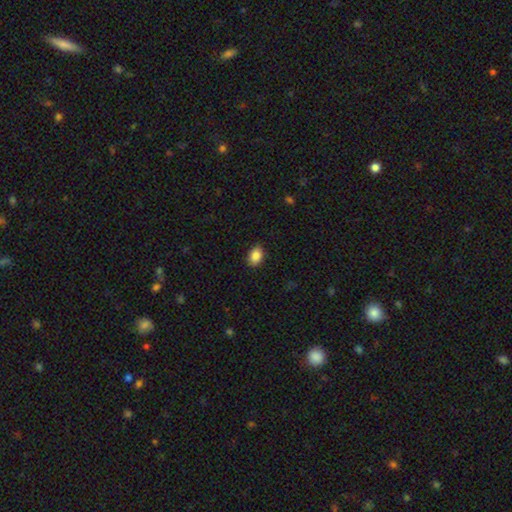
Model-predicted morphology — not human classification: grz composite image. It shows a smooth galaxy with no disk features (88%) that is in between round and cigar-shaped (81%). Merging: none (86%).